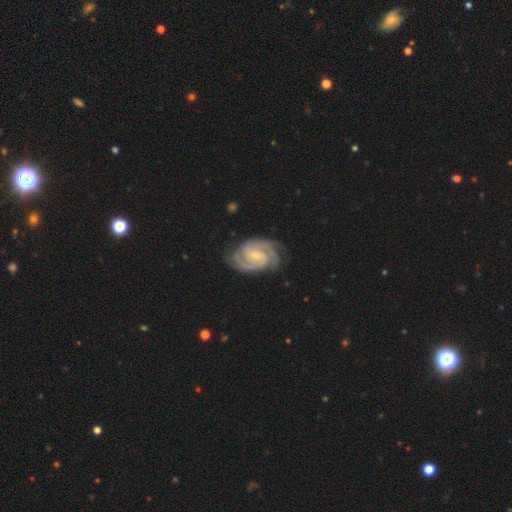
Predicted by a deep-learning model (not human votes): smooth-or-featured: featured or disk: 93% | star or artifact: 4% | smooth: 4%
  disk-edge-on: no: 98% | yes: 2%
    bar: weak: 47% | no: 34% | strong: 19%
    has-spiral-arms: yes: 99% | no: 1%
      spiral-winding: tight: 65% | medium: 31% | loose: 4%
      spiral-arm-count: 2: 62% | 3: 20% | can't tell: 6% | 4: 5% | more than 4: 3% | 1: 3%
    bulge-size: small: 71% | moderate: 25% | none: 2% | large: 1% | dominant: 1%
  merging: none: 79% | minor disturbance: 15% | major disturbance: 4% | merger: 1%